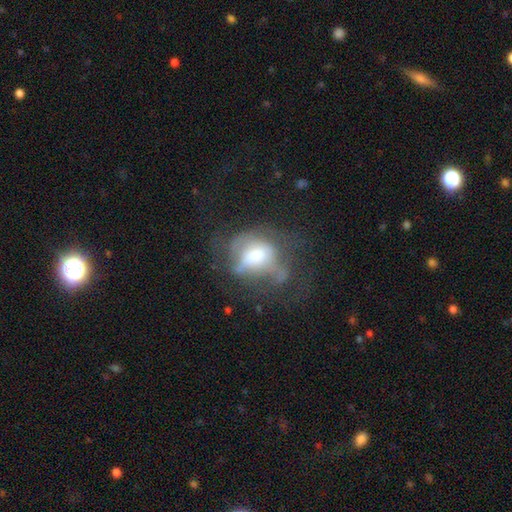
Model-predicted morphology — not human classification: type=featured or disk (49%); merging=major disturbance (43%).